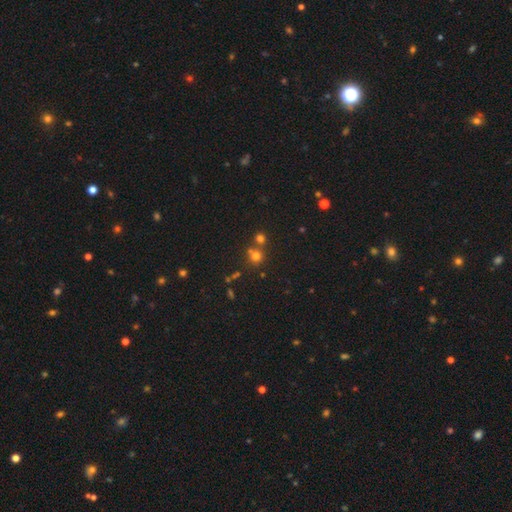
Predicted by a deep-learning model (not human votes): A smooth galaxy with no disk features (68%) that is round (89%). Merging: none (61%).